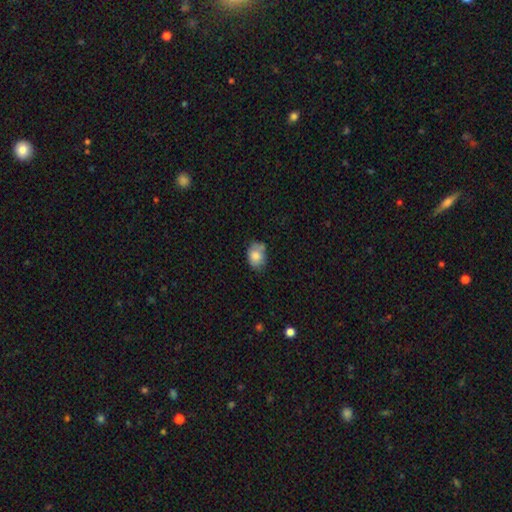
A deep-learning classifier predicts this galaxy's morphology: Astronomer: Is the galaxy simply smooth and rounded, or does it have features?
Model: smooth — 80%.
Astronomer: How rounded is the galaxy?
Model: in between — 72%.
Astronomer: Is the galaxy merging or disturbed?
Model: none — 55% (runner-up: minor disturbance, 31%).